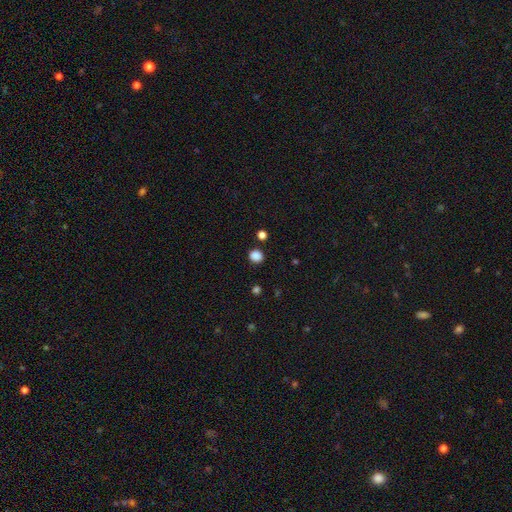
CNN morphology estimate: The model was most divided on "smooth or featured": smooth: 85%, star or artifact: 12%, featured or disk: 3%. More confident: merging — none (87%); how rounded — round (86%).